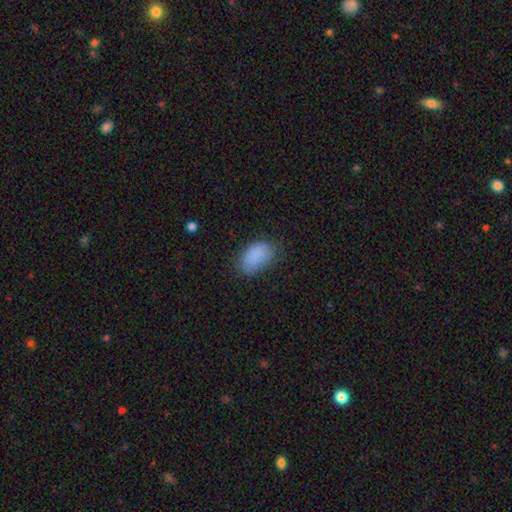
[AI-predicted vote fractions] Smooth or featured? Predicted: smooth (p=0.86). How rounded? Predicted: in between (p=0.91). Merging? Predicted: none (p=0.70).